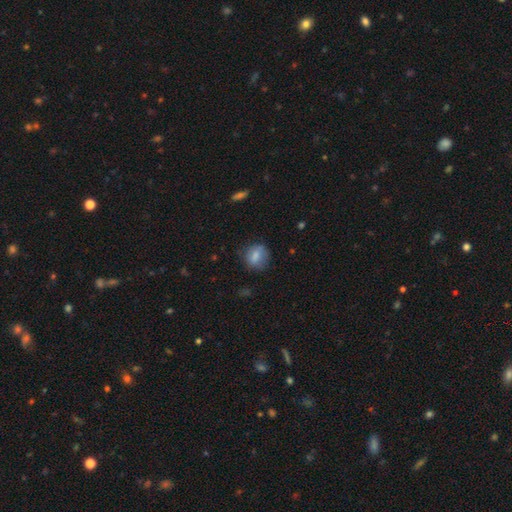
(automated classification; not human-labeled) Smooth or featured? smooth (77%)
How rounded? round (64%)
Merging? none (71%)